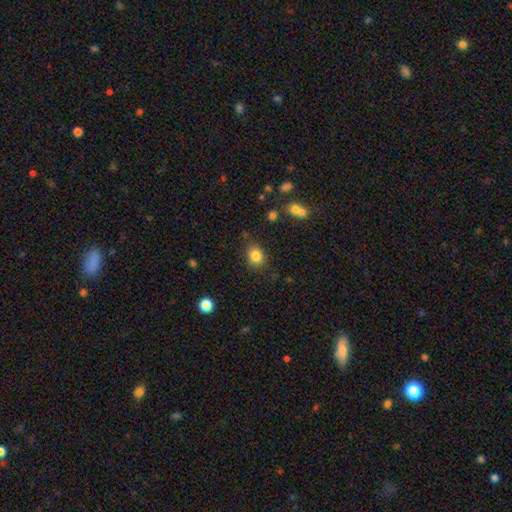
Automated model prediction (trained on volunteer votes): The model was most divided on "how rounded": round: 61%, in between: 38%, cigar-shaped: 1%. More confident: smooth or featured — smooth (84%); merging — none (83%).